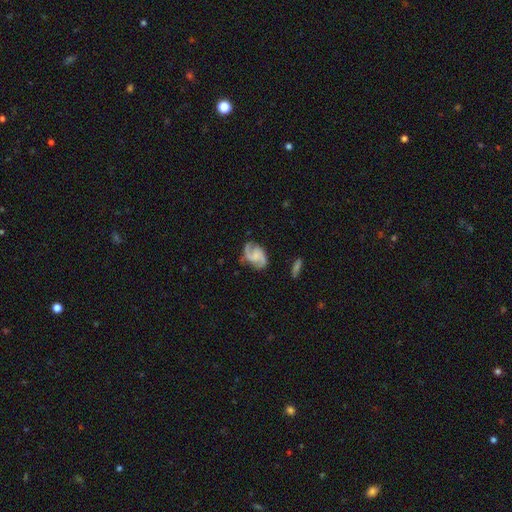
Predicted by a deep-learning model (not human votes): This appears to be a featured or disk galaxy (84%) with no bar (53%), 2 (91%) medium (51%) spiral arms (97%) and no central bulge (47%). Merging: none (72%).